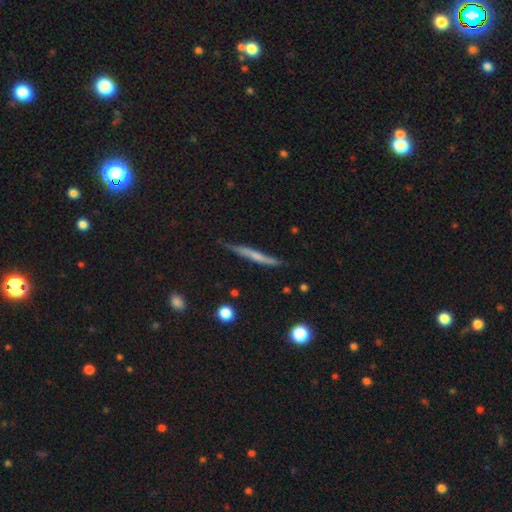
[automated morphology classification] A featured or disk galaxy (51%) viewed edge-on (91%). Merging: none (70%).